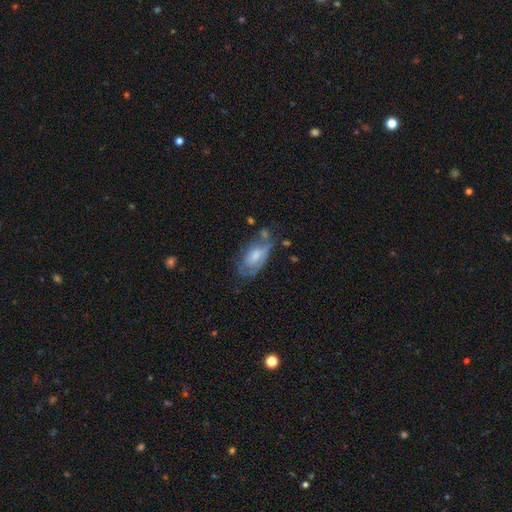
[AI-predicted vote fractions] A smooth galaxy with no disk features (48%).

Vote fractions:
- Smooth or featured? smooth: 48% / featured or disk: 44% / star or artifact: 8%
- Merging? none: 41% / minor disturbance: 32% / major disturbance: 19% / merger: 7%